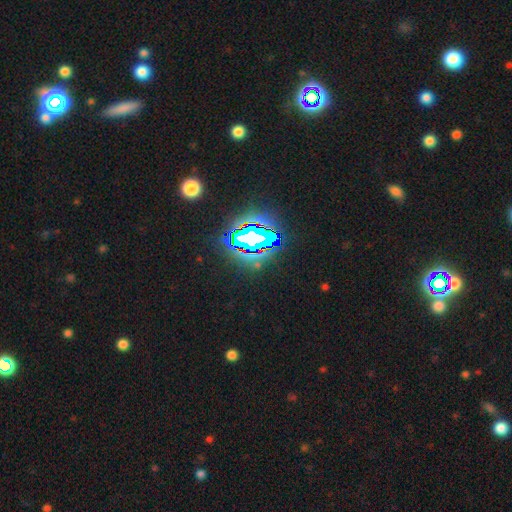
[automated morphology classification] Overall: star or artifact (83%).